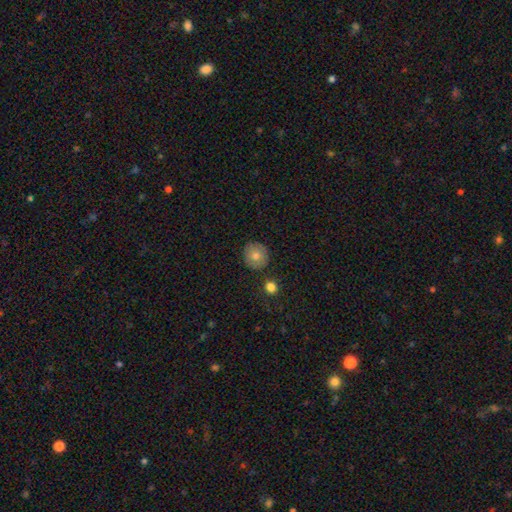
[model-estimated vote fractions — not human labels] Smooth or featured? Predicted: smooth (p=0.75). How rounded? Predicted: round (p=0.92). Merging? Predicted: none (p=0.86).